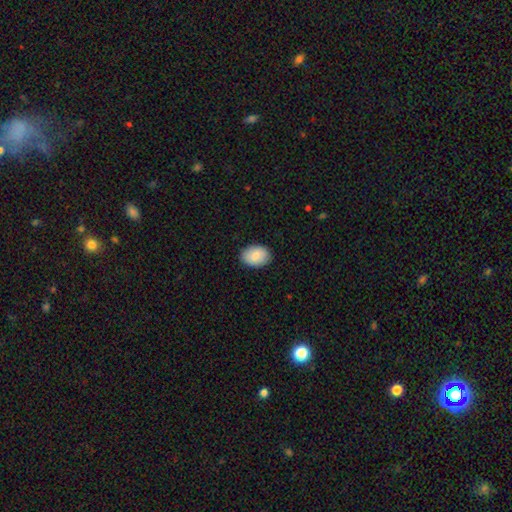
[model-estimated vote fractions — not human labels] Smooth or featured: smooth — 84% (featured or disk — 10%)
How rounded: in between — 80% (round — 19%)
Merging: none — 88% (minor disturbance — 9%)